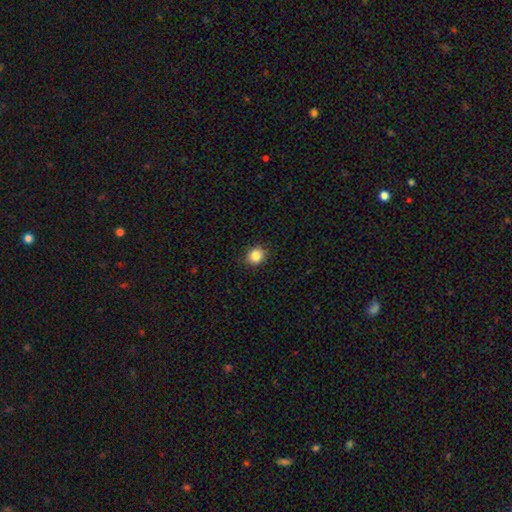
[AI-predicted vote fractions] Morphology: type=smooth (85%); roundness=round (75%); merging=none (90%).